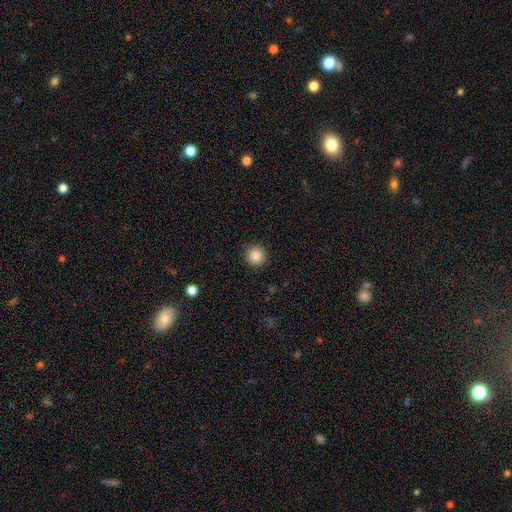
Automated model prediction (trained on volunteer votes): Smooth or featured: smooth — 86% (star or artifact — 10%)
How rounded: round — 95% (in between — 4%)
Merging: none — 91% (minor disturbance — 6%)